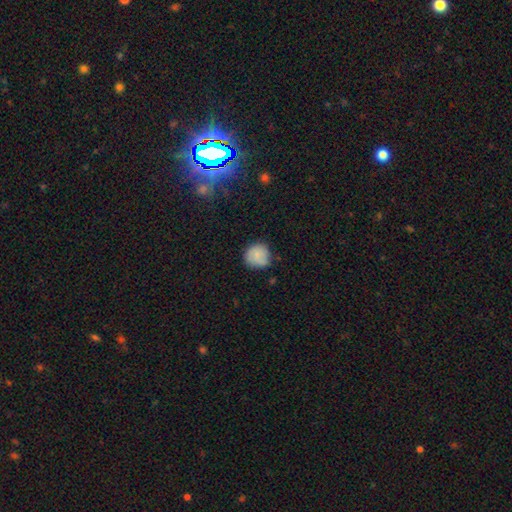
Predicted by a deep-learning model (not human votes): smooth 77%, featured or disk 15%, star or artifact 8%. Down the decision tree: how rounded — round (88%); merging — none (69%).